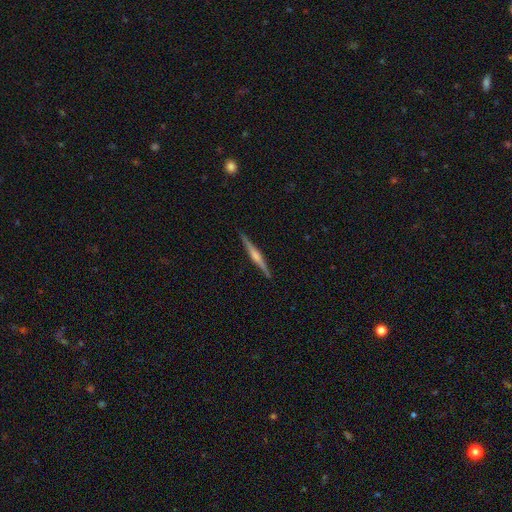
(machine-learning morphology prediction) Smooth or featured? Predicted: featured or disk (p=0.73). Edge-on disk? Predicted: yes (p=0.98). Edge-on bulge? Predicted: rounded (p=0.65). Merging? Predicted: none (p=0.91).